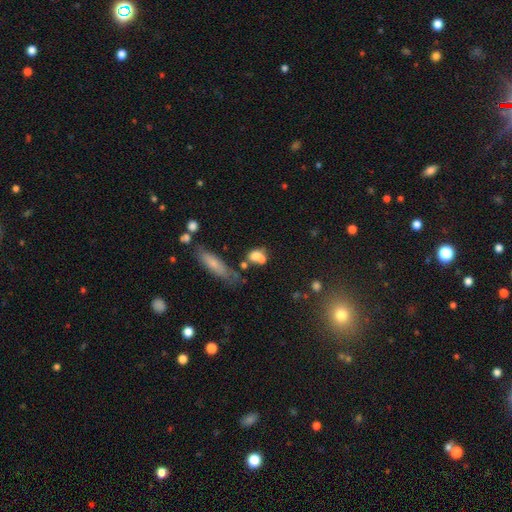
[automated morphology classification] A smooth galaxy with no disk features (68%) that is round (51%).

Vote fractions:
- Smooth or featured? smooth: 68% / featured or disk: 19% / star or artifact: 13%
- How rounded? round: 51% / in between: 41% / cigar-shaped: 8%
- Merging? merger: 43% / none: 38% / minor disturbance: 12% / major disturbance: 7%